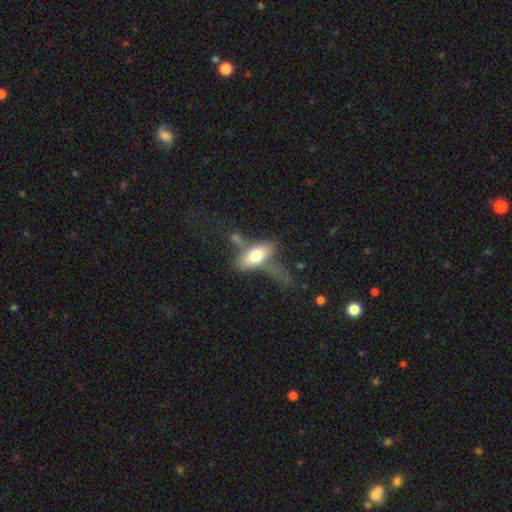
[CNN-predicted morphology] Smooth or featured? Predicted: smooth (p=0.63). How rounded? Predicted: in between (p=0.78). Merging? Predicted: major disturbance (p=0.34).